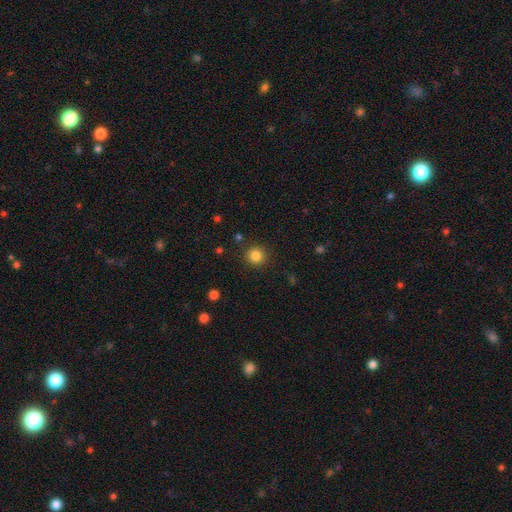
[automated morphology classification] smooth_or_featured: smooth (p=0.84) [alt: star or artifact p=0.12]
how_rounded: round (p=0.92) [alt: in between p=0.07]
merging: none (p=0.90) [alt: minor disturbance p=0.06]